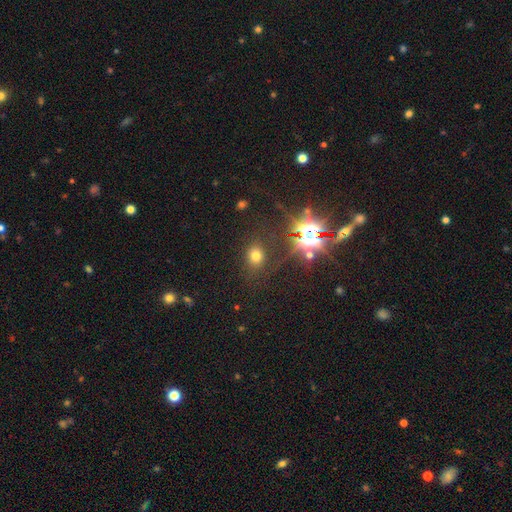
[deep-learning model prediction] Smooth or featured: smooth — 65% (star or artifact — 27%)
How rounded: round — 61% (in between — 38%)
Merging: none — 84% (minor disturbance — 9%)